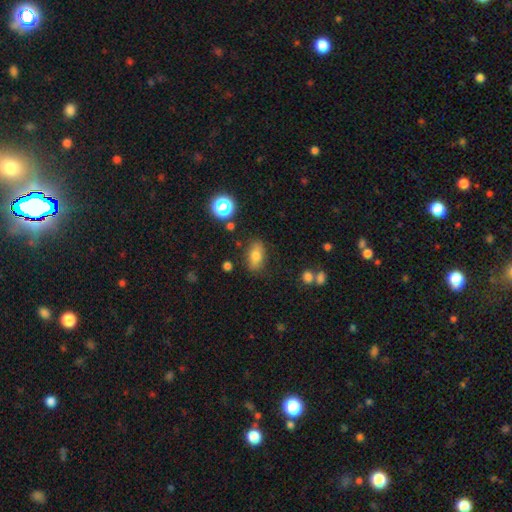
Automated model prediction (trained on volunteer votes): smooth-or-featured: smooth: 74% | featured or disk: 15% | star or artifact: 10%
  how-rounded: in between: 82% | round: 10% | cigar-shaped: 8%
  merging: none: 82% | minor disturbance: 12% | major disturbance: 3% | merger: 3%